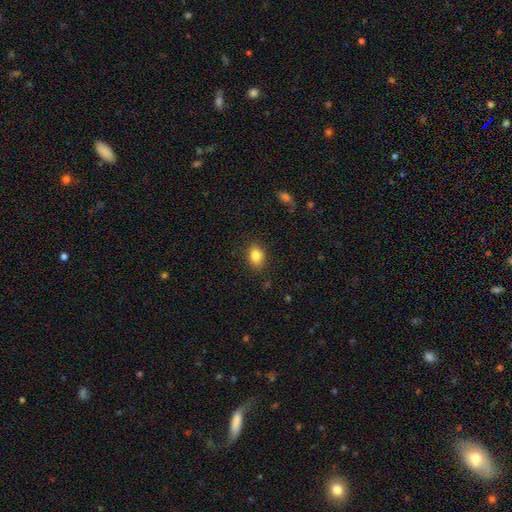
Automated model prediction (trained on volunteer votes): This appears to be a smooth galaxy with no disk features (84%) that is in between round and cigar-shaped (68%). Merging: none (85%).